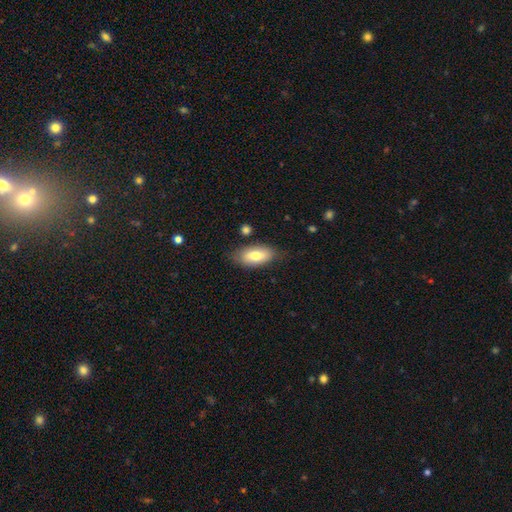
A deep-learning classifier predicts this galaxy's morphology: This appears to be a smooth galaxy with no disk features (75%) that is in between round and cigar-shaped (90%). Merging: none (77%).